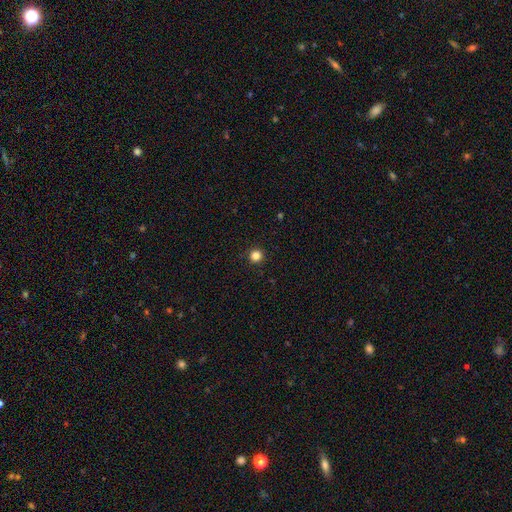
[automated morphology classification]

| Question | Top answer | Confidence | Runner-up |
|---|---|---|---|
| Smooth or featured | smooth | 83% | star or artifact (13%) |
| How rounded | round | 96% | in between (3%) |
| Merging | none | 93% | minor disturbance (4%) |